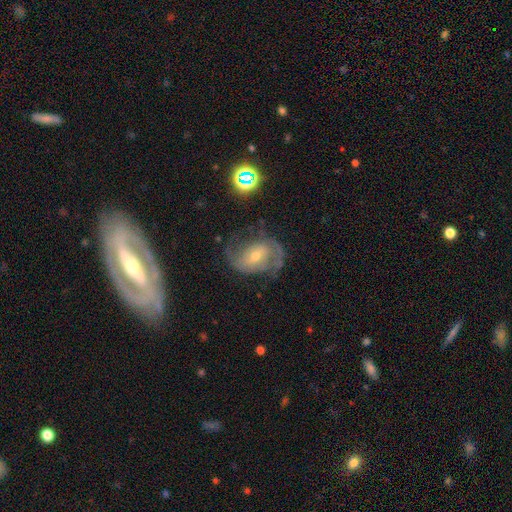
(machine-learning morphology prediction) Smooth or featured? featured or disk (78%)
Edge-on disk? no (96%)
Bar? no (42%)
Spiral arms? yes (91%)
Spiral winding? medium (47%)
Spiral arm count? 2 (76%)
Bulge size? small (48%)
Merging? none (63%)